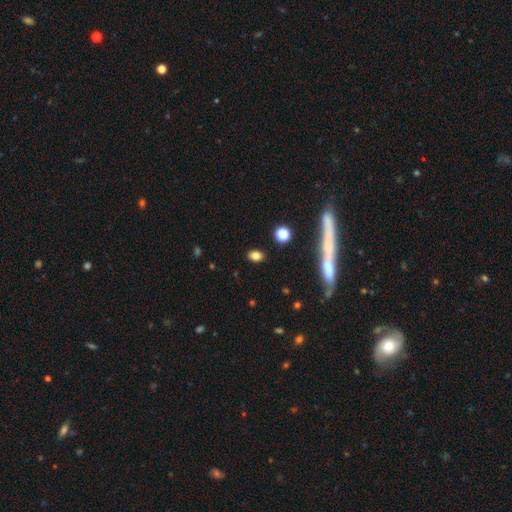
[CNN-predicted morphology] type=smooth (78%); roundness=in between (78%); merging=none (87%).